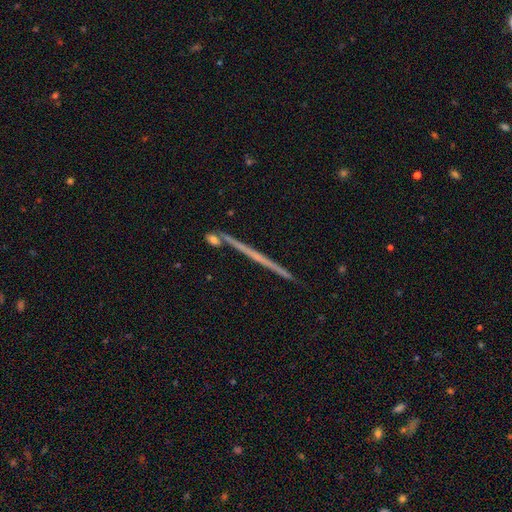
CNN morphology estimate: A featured or disk galaxy (65%) viewed edge-on (97%) with no central bulge (74%).

Vote fractions:
- Smooth or featured? featured or disk: 65% / smooth: 25% / star or artifact: 10%
- Edge-on disk? yes: 97% / no: 3%
- Edge-on bulge? none: 74% / rounded: 20% / boxy: 6%
- Merging? none: 85% / minor disturbance: 8% / merger: 4% / major disturbance: 3%